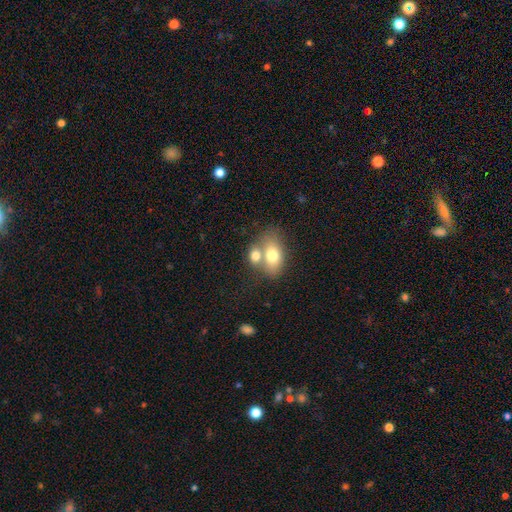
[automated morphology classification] This appears to be a smooth galaxy with no disk features (73%) that is in between round and cigar-shaped (79%). Merging: merger (57%).